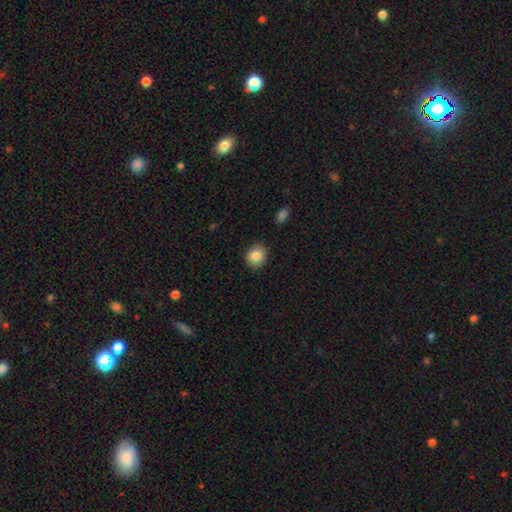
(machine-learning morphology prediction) Overall: smooth (85%). How rounded: round (71%). Merging: none (87%).